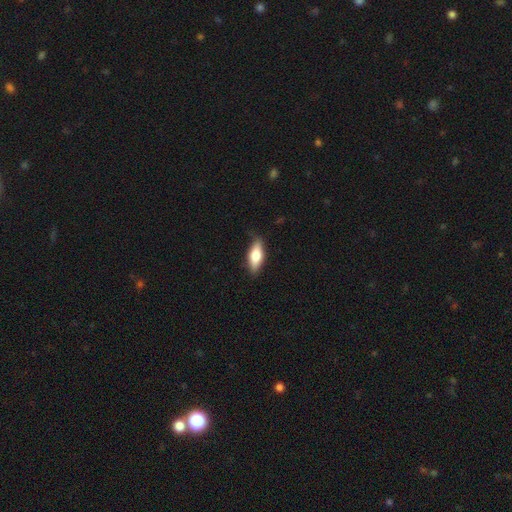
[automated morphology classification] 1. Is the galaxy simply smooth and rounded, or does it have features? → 69% smooth, 25% featured or disk, 6% star or artifact.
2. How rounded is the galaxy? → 73% in between, 24% cigar-shaped, 3% round.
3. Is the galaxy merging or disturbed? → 82% none, 15% minor disturbance, 3% major disturbance, 1% merger.